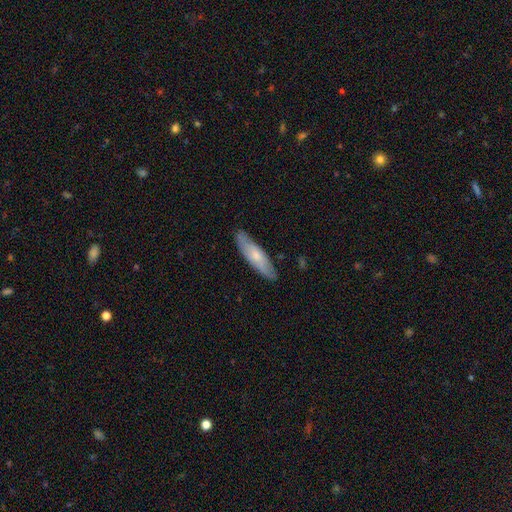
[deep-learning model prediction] A smooth galaxy with no disk features (60%) that is cigar-shaped (67%).

Vote fractions:
- Smooth or featured? smooth: 60% / featured or disk: 34% / star or artifact: 5%
- How rounded? cigar-shaped: 67% / in between: 31% / round: 2%
- Merging? none: 83% / minor disturbance: 14% / major disturbance: 2% / merger: 1%